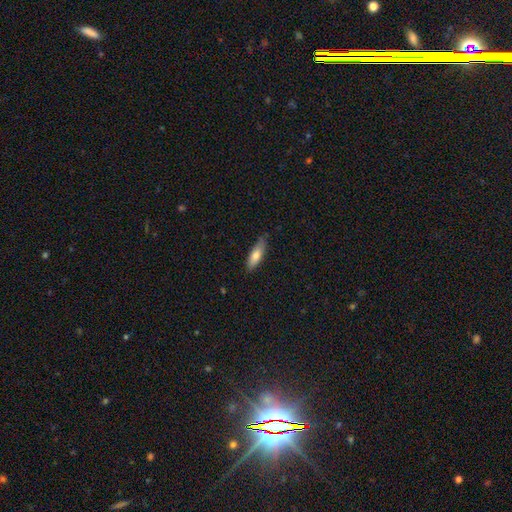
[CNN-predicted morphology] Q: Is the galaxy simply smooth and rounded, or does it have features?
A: smooth — 73%.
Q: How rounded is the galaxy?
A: in between — 50%.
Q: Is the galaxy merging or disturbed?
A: none — 80%.